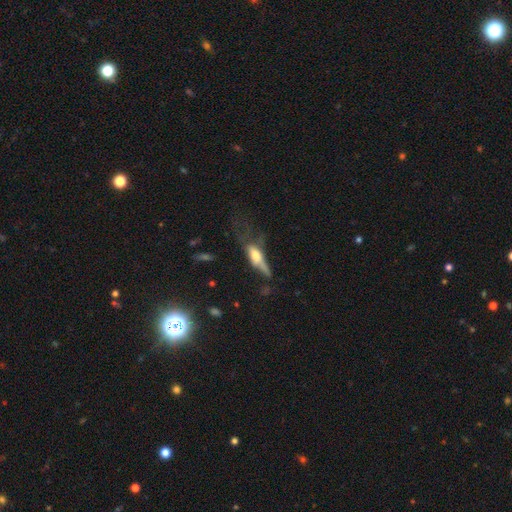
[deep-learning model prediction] This appears to be a smooth galaxy with no disk features (55%) that is in between round and cigar-shaped (55%). Merging: major disturbance (51%).